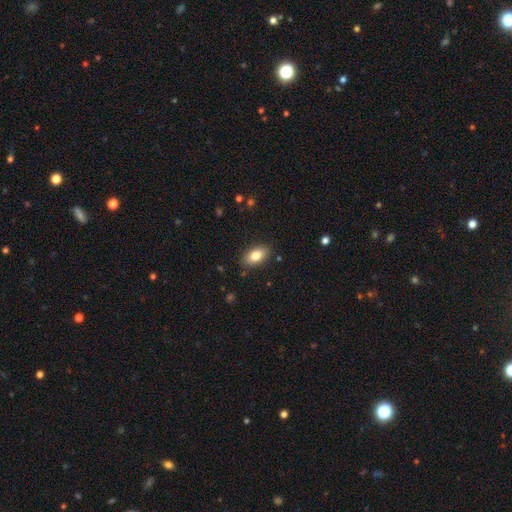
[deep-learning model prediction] The model was most divided on "smooth or featured": smooth: 81%, featured or disk: 12%, star or artifact: 7%. More confident: how rounded — in between (91%); merging — none (87%).